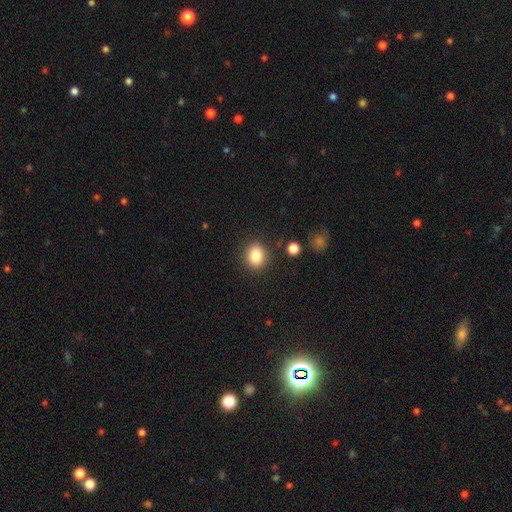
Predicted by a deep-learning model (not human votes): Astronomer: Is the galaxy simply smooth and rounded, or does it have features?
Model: smooth — 84%.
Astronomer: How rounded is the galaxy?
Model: round — 68%.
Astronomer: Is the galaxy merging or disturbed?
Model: none — 88%.